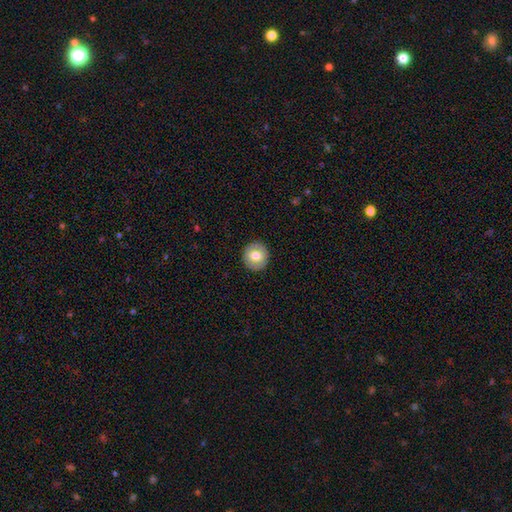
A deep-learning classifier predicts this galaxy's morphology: A smooth galaxy with no disk features (71%) that is round (91%). Merging: none (91%).